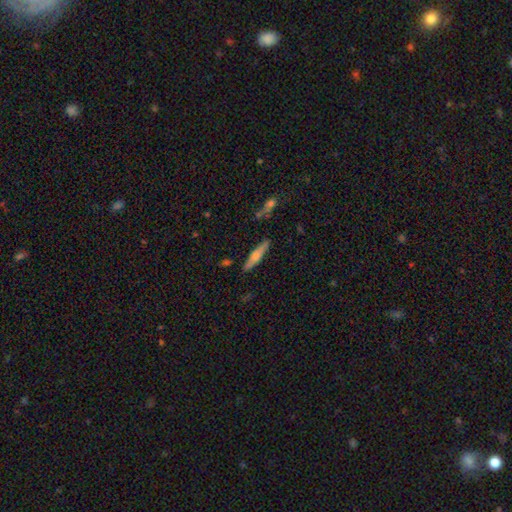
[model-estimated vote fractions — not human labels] Smooth or featured?
  - smooth: 47% * (tied)
  - featured or disk: 47% * (tied)
  - star or artifact: 7%
Merging?
  - none: 84% *
  - minor disturbance: 11%
  - merger: 3%
  - major disturbance: 2%